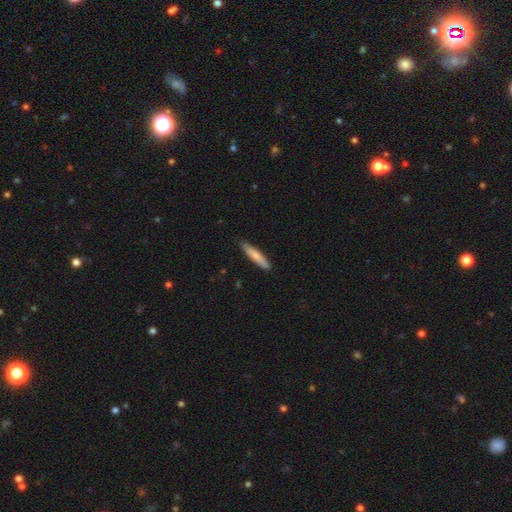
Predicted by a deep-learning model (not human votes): A smooth galaxy with no disk features (76%) that is cigar-shaped (88%). Merging: none (87%).